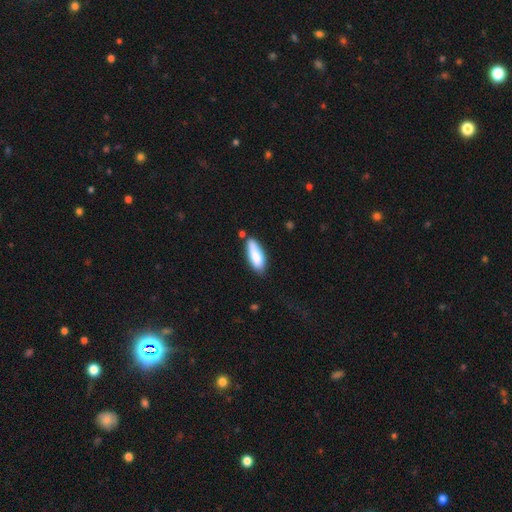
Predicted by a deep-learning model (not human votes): A smooth galaxy with no disk features (82%) that is in between round and cigar-shaped (61%). Merging: none (69%).